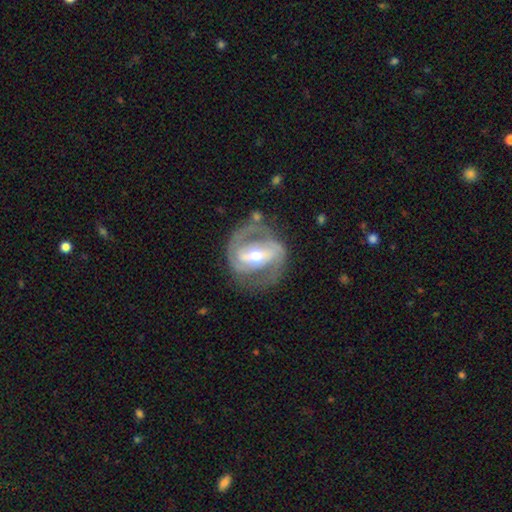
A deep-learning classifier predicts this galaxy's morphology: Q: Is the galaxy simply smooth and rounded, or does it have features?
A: featured or disk — 85%.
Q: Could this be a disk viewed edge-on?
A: no — 96%.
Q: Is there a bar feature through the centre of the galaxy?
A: strong — 56%.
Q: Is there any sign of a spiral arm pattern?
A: yes — 85%.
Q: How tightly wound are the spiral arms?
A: medium — 46%.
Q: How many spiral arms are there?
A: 2 — 83%.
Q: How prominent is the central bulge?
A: moderate — 70%.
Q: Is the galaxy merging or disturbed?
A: none — 65%.